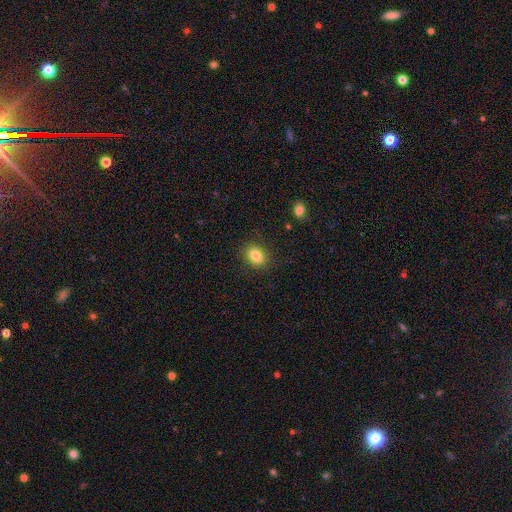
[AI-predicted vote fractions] This is clearly a smooth galaxy (83%). How rounded: possibly in between (51%). Merging: clearly none (87%).